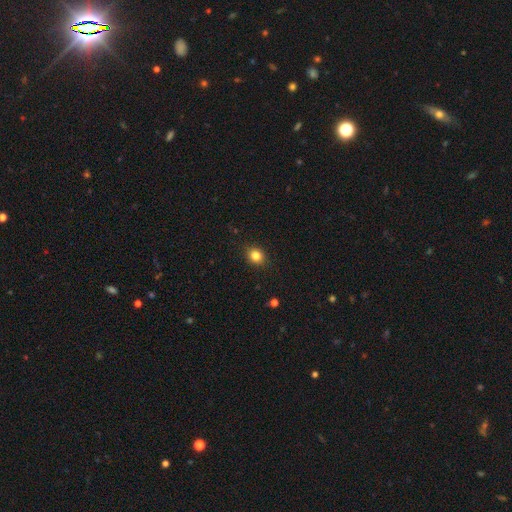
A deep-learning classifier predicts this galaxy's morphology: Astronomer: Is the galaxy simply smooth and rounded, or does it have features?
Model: smooth — 83%.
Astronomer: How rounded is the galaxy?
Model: round — 66%.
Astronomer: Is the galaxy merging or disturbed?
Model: none — 88%.